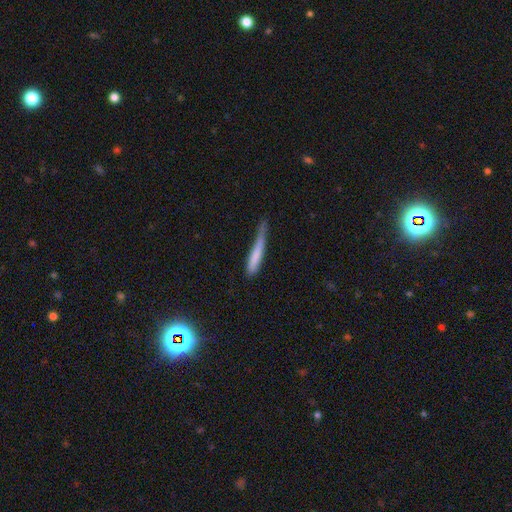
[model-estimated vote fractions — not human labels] Smooth or featured? Predicted: smooth (p=0.74). How rounded? Predicted: cigar-shaped (p=0.92). Merging? Predicted: none (p=0.41).